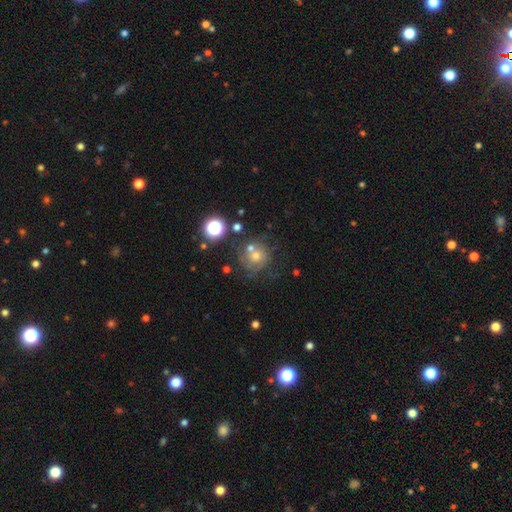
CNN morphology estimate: Smooth or featured? Predicted: featured or disk (p=0.40). Merging? Predicted: none (p=0.53).